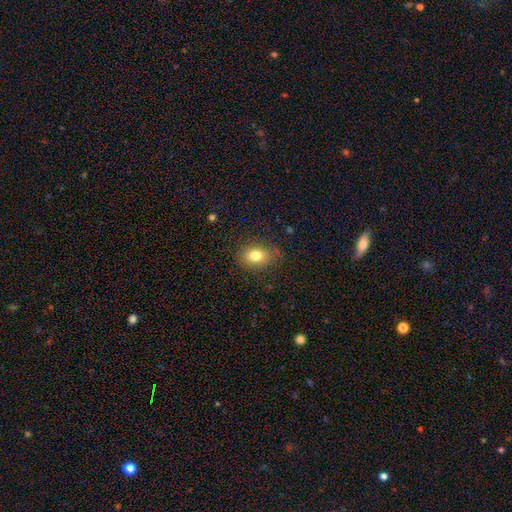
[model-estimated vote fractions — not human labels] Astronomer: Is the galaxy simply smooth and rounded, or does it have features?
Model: smooth — 79%.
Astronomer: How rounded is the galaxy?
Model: in between — 70%.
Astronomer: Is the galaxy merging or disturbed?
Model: none — 81%.